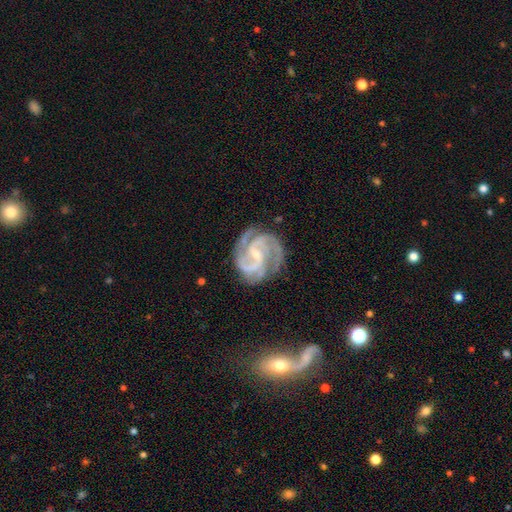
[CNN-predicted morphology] A featured or disk galaxy (93%) with a weak bar (45%), 3 (42%) medium (47%) spiral arms (99%) and a small central bulge (75%).

Vote fractions:
- Smooth or featured? featured or disk: 93% / star or artifact: 4% / smooth: 3%
- Edge-on disk? no: 98% / yes: 2%
- Bar? weak: 45% / no: 36% / strong: 19%
- Spiral arms? yes: 99% / no: 1%
- Spiral winding? medium: 47% / tight: 46% / loose: 7%
- Spiral arm count? 3: 42% / 2: 36% / 4: 7% / can't tell: 7% / 1: 4% / more than 4: 4%
- Bulge size? small: 75% / moderate: 20% / none: 3% / large: 1% / dominant: 1%
- Merging? none: 72% / minor disturbance: 18% / major disturbance: 7% / merger: 2%